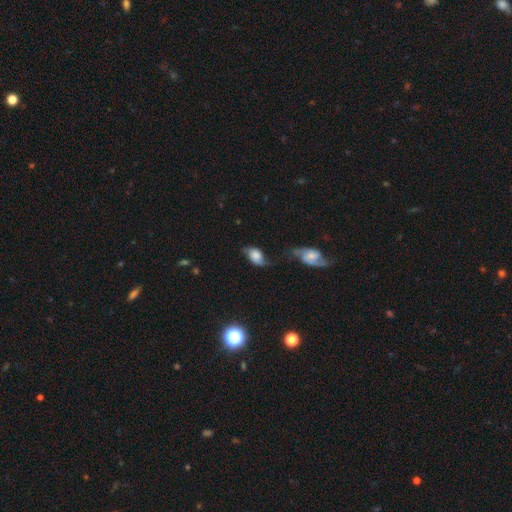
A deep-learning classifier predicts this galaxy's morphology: The model was most divided on "smooth or featured": smooth: 49%, featured or disk: 41%, star or artifact: 10%. Remaining: merging — none (39%).